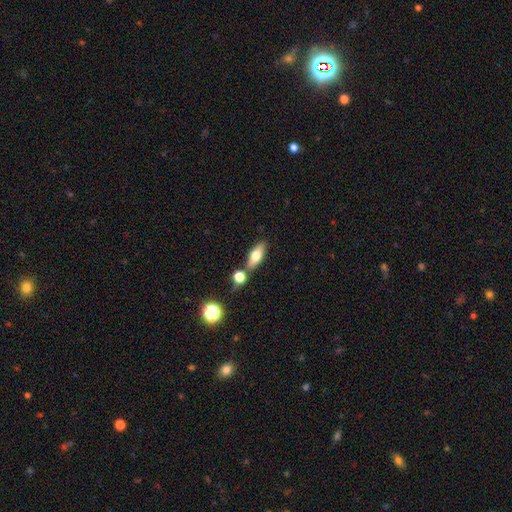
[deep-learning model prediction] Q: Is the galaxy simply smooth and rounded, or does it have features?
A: smooth — 66%.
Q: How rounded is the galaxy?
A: in between — 68%.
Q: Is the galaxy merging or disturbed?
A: none — 70%.